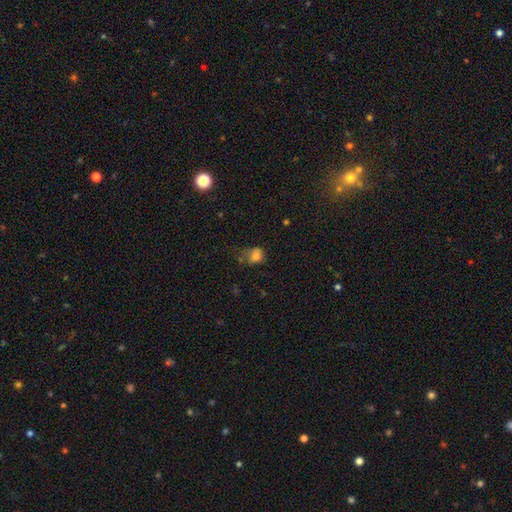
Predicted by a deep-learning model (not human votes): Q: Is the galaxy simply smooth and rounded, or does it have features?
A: smooth — 78%.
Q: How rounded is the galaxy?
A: round — 58%.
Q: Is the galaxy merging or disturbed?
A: none — 43%.